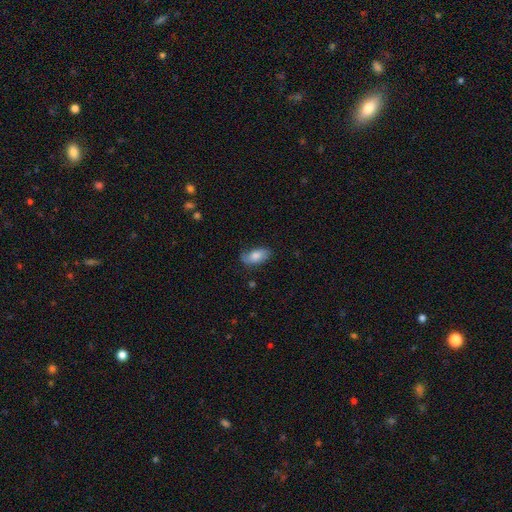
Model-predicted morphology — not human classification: smooth_or_featured: smooth (p=0.78) [alt: featured or disk p=0.15]
how_rounded: in between (p=0.92) [alt: cigar-shaped p=0.05]
merging: none (p=0.69) [alt: minor disturbance p=0.24]